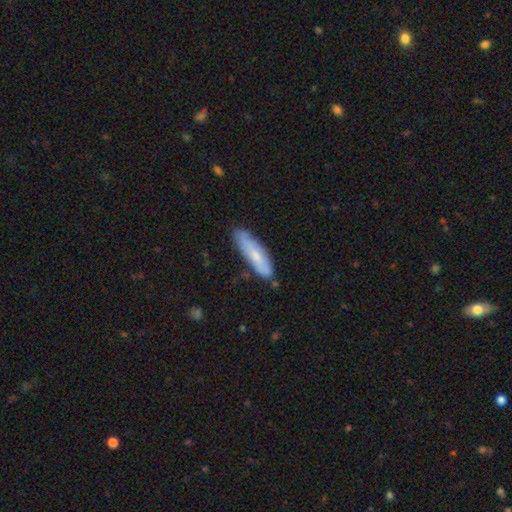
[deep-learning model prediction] smooth_or_featured: smooth (p=0.65) [alt: featured or disk p=0.28]
how_rounded: cigar-shaped (p=0.67) [alt: in between p=0.31]
merging: none (p=0.75) [alt: minor disturbance p=0.19]